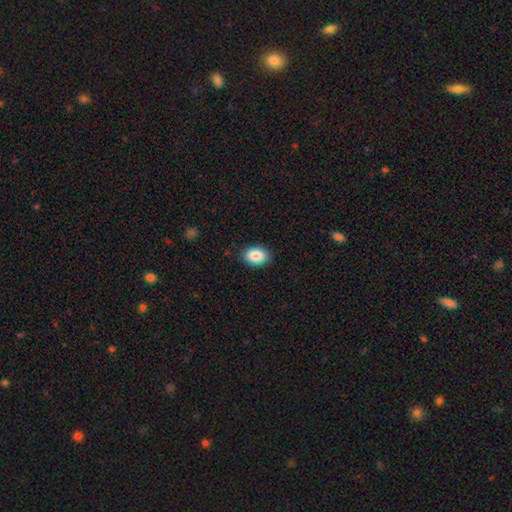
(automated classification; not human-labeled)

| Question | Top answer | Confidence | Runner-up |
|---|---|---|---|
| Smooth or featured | smooth | 88% | star or artifact (7%) |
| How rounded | in between | 83% | round (16%) |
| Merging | none | 87% | minor disturbance (10%) |